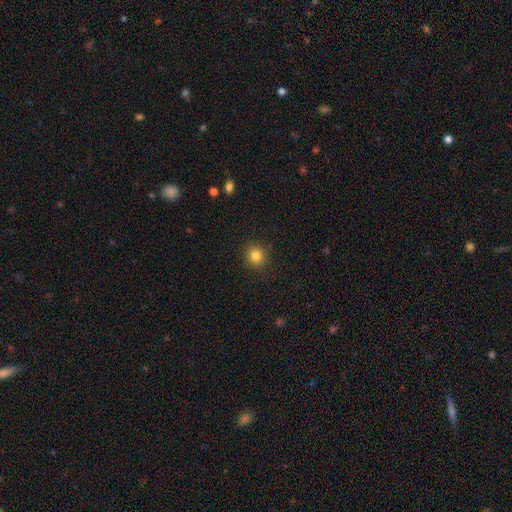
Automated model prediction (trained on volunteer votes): Smooth or featured?
  - smooth: 83% *
  - star or artifact: 12%
  - featured or disk: 6%
How rounded?
  - round: 85% *
  - in between: 14%
  - cigar-shaped: 1%
Merging?
  - none: 91% *
  - minor disturbance: 6%
  - major disturbance: 2%
  - merger: 1%